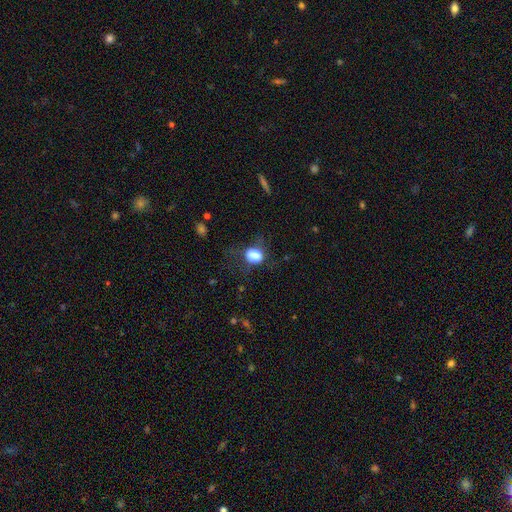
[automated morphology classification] type=smooth (80%); roundness=in between (58%); merging=none (52%).